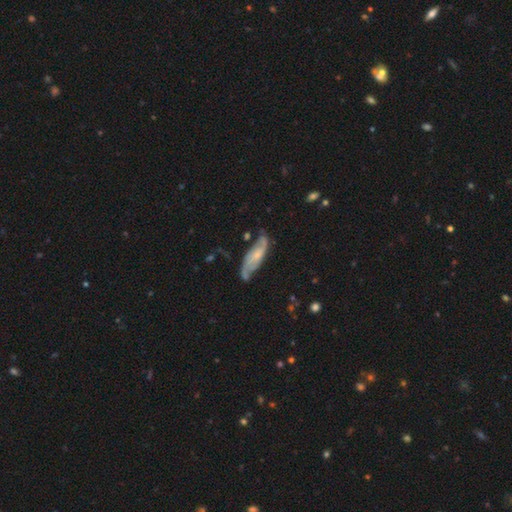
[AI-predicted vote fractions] smooth_or_featured: featured or disk (p=0.68) [alt: smooth p=0.25]
disk_edge_on: no (p=0.82) [alt: yes p=0.18]
bar: no (p=0.62) [alt: weak p=0.30]
has_spiral_arms: yes (p=0.90) [alt: no p=0.10]
spiral_winding: medium (p=0.42) [alt: loose p=0.33]
spiral_arm_count: 2 (p=0.75) [alt: can't tell p=0.15]
bulge_size: small (p=0.53) [alt: moderate p=0.30]
merging: none (p=0.63) [alt: minor disturbance p=0.24]